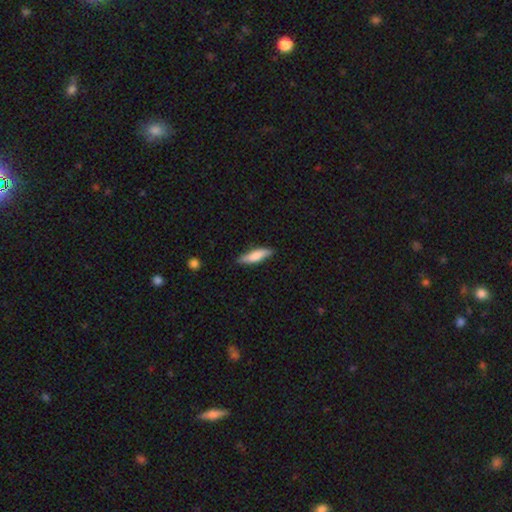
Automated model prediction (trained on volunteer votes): Smooth or featured: smooth — 73% (featured or disk — 21%)
How rounded: cigar-shaped — 69% (in between — 29%)
Merging: none — 82% (minor disturbance — 15%)